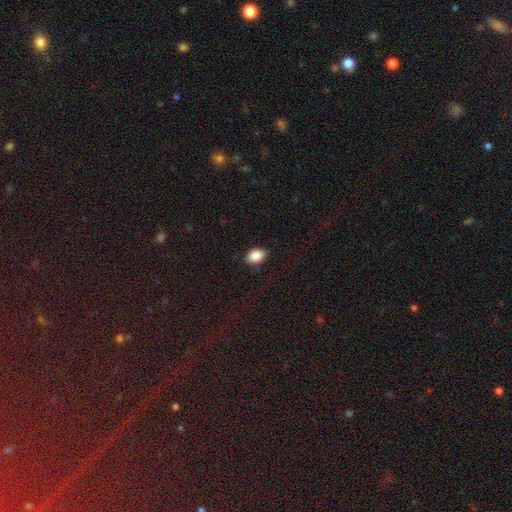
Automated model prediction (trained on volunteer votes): Overall: smooth (89%). How rounded: in between (84%). Merging: none (86%).